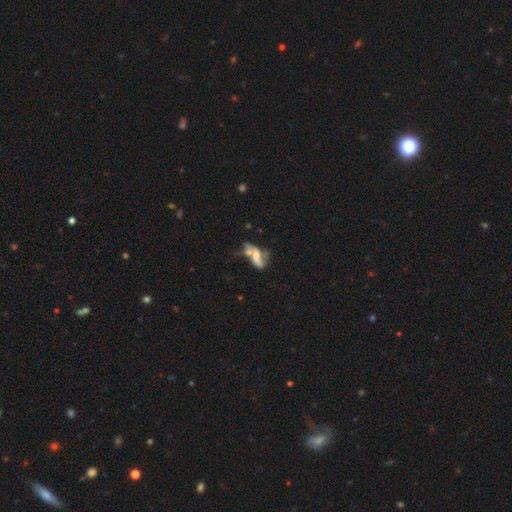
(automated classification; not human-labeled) Smooth or featured?
  - featured or disk: 47% *
  - smooth: 41%
  - star or artifact: 11%
Merging?
  - merger: 37% *
  - major disturbance: 24%
  - none: 23%
  - minor disturbance: 16%